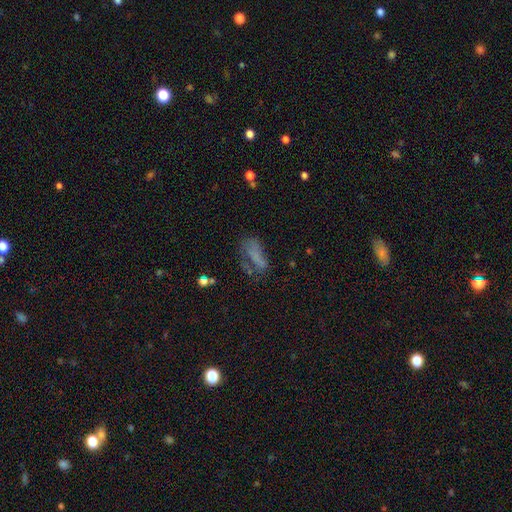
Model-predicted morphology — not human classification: This appears to be a smooth galaxy with no disk features (51%) that is in between round and cigar-shaped (75%). Merging: major disturbance (36%).